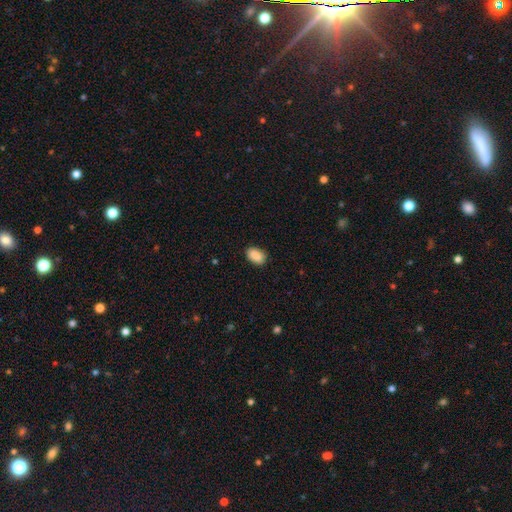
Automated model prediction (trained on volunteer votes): Q: Smooth or featured?
A: smooth (89%); runner-up: star or artifact (7%)
Q: How rounded?
A: in between (89%); runner-up: round (9%)
Q: Merging?
A: none (85%); runner-up: minor disturbance (12%)